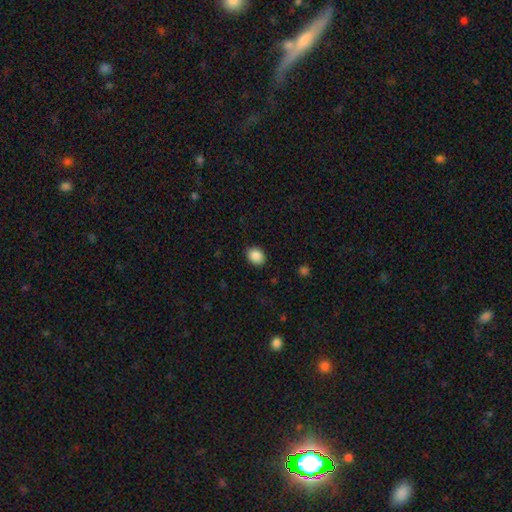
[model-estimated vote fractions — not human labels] Smooth or featured? smooth (88%)
How rounded? in between (51%)
Merging? none (88%)